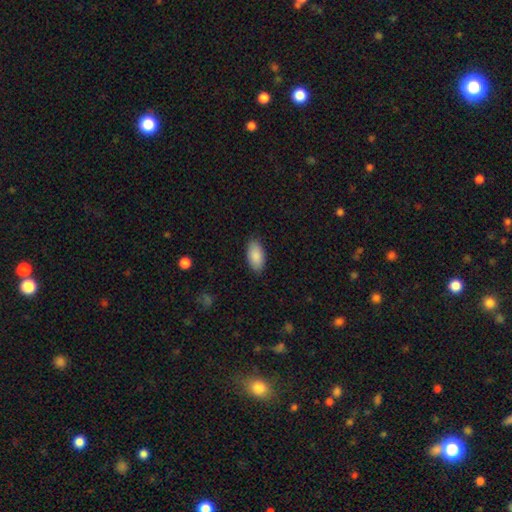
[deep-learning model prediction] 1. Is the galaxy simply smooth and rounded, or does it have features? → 89% smooth, 6% star or artifact, 5% featured or disk.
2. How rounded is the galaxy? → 94% in between, 4% cigar-shaped, 2% round.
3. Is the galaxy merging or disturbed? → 86% none, 10% minor disturbance, 2% major disturbance, 1% merger.